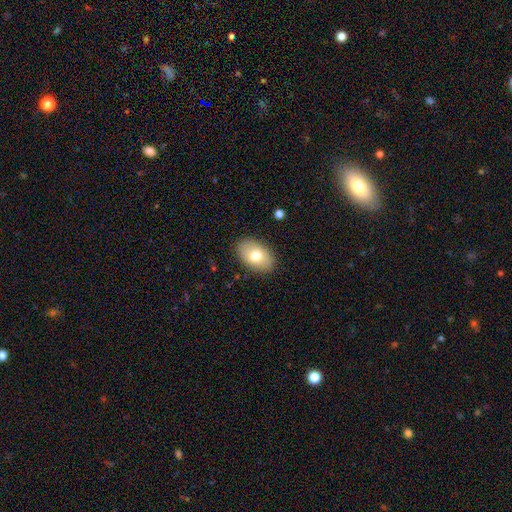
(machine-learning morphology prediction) Overall: smooth (76%). How rounded: in between (89%). Merging: none (87%).